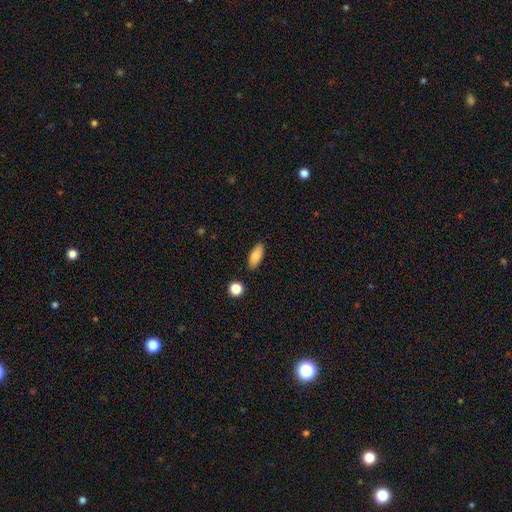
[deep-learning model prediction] Smooth or featured?
  - smooth: 84% *
  - featured or disk: 9%
  - star or artifact: 7%
How rounded?
  - in between: 84% *
  - cigar-shaped: 13%
  - round: 3%
Merging?
  - none: 86% *
  - minor disturbance: 10%
  - merger: 2%
  - major disturbance: 2%